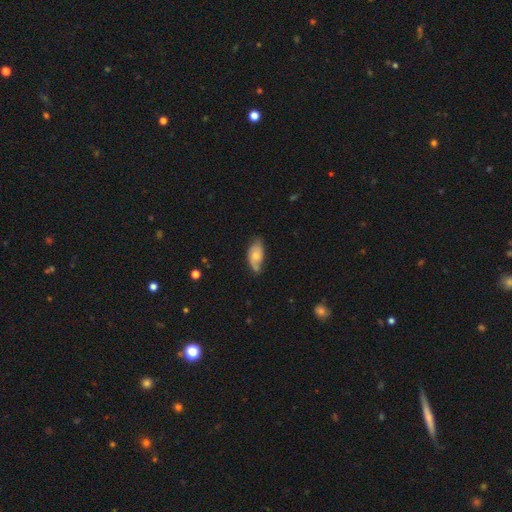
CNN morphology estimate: Q: Smooth or featured?
A: smooth (50%); runner-up: featured or disk (43%)
Q: Merging?
A: none (56%); runner-up: minor disturbance (32%)